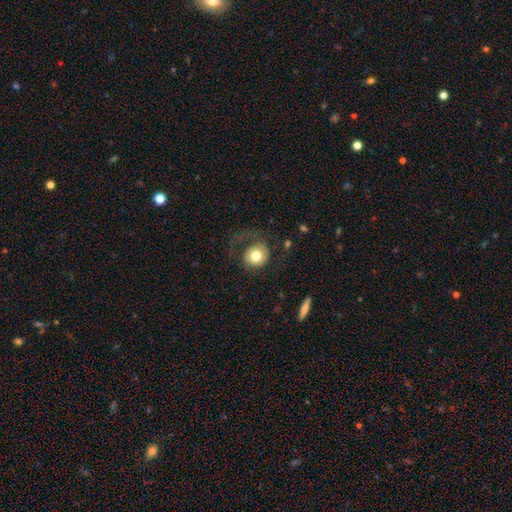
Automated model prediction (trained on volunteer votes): A smooth galaxy with no disk features (71%) that is round (82%).

Vote fractions:
- Smooth or featured? smooth: 71% / featured or disk: 21% / star or artifact: 8%
- How rounded? round: 82% / in between: 17% / cigar-shaped: 1%
- Merging? none: 50% / major disturbance: 31% / minor disturbance: 16% / merger: 2%